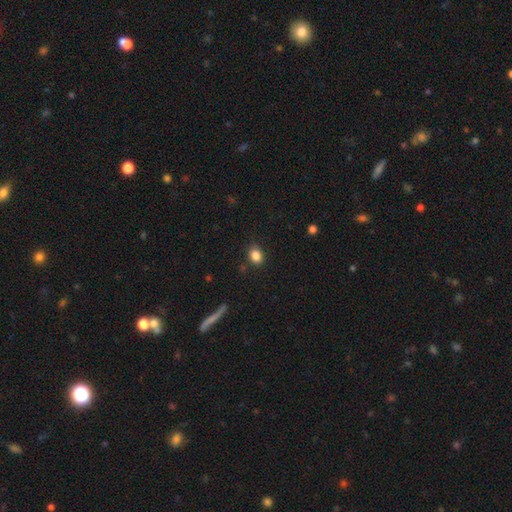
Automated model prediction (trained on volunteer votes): smooth-or-featured: smooth: 85% | star or artifact: 10% | featured or disk: 5%
  how-rounded: round: 51% | in between: 48% | cigar-shaped: 1%
  merging: none: 84% | minor disturbance: 12% | major disturbance: 3% | merger: 2%